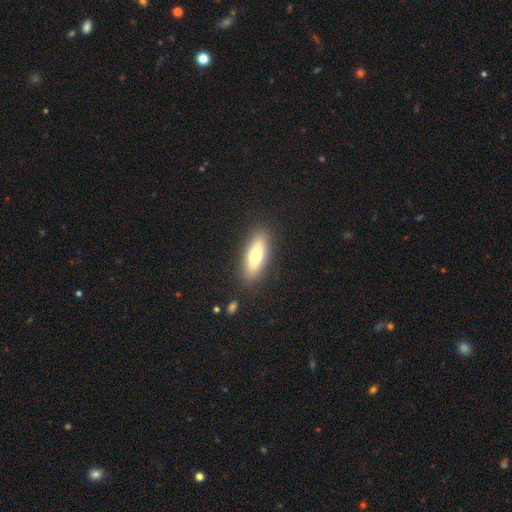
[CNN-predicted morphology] Q: Smooth or featured?
A: smooth (72%); runner-up: featured or disk (22%)
Q: How rounded?
A: in between (62%); runner-up: cigar-shaped (35%)
Q: Merging?
A: none (87%); runner-up: minor disturbance (9%)